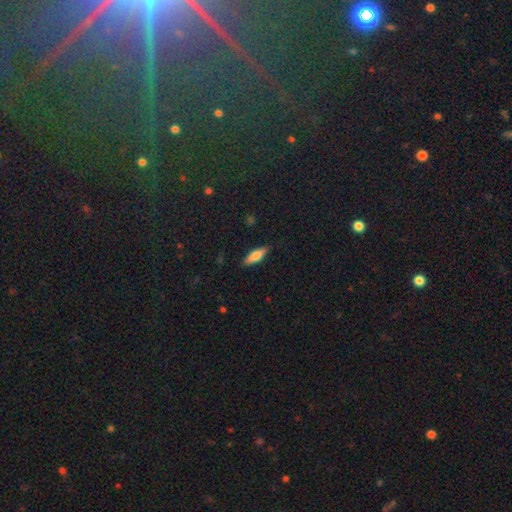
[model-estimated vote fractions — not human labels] smooth 63%, featured or disk 30%, star or artifact 7%. Down the decision tree: how rounded — cigar-shaped (54%); merging — none (87%).